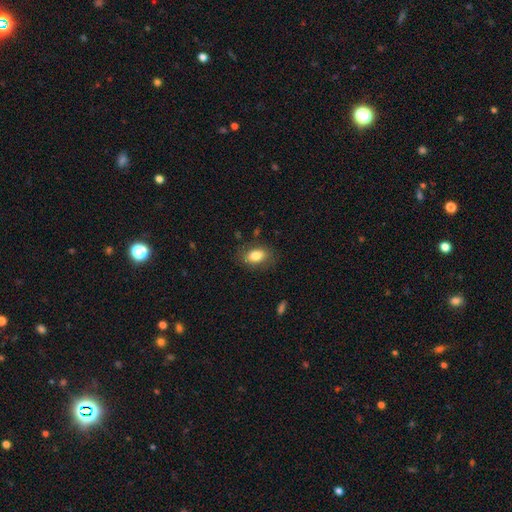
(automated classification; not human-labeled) Morphology: type=smooth (80%); roundness=in between (86%); merging=none (78%).